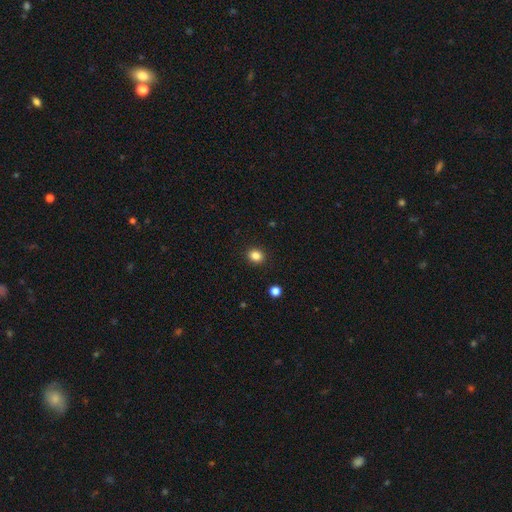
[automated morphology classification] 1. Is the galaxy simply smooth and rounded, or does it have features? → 85% smooth, 11% star or artifact, 4% featured or disk.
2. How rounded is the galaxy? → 66% round, 33% in between, 1% cigar-shaped.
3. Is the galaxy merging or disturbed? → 91% none, 6% minor disturbance, 2% major disturbance, 1% merger.